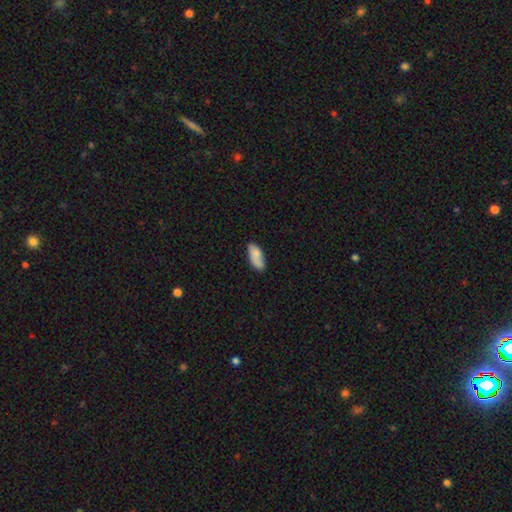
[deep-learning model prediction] A smooth galaxy with no disk features (81%) that is in between round and cigar-shaped (86%).

Vote fractions:
- Smooth or featured? smooth: 81% / featured or disk: 13% / star or artifact: 6%
- How rounded? in between: 86% / cigar-shaped: 12% / round: 2%
- Merging? none: 69% / minor disturbance: 24% / major disturbance: 4% / merger: 3%